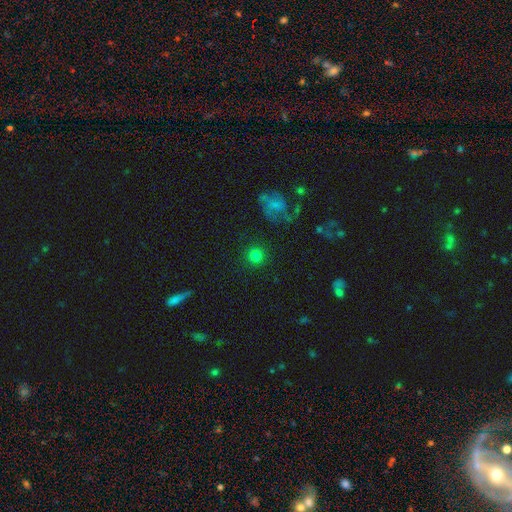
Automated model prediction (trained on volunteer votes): A smooth galaxy with no disk features (80%) that is round (94%). Merging: none (89%).